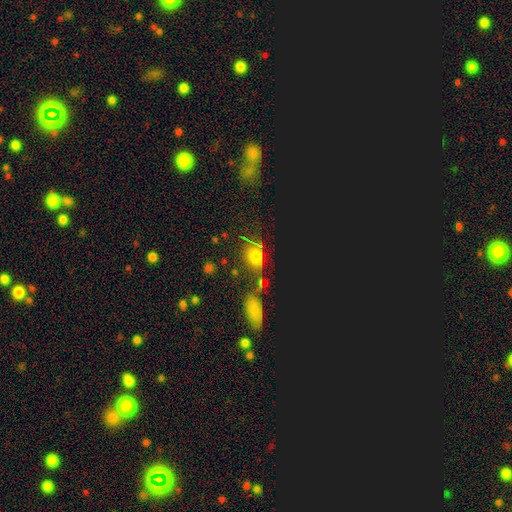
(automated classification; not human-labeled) Q: Smooth or featured?
A: smooth (48%); runner-up: star or artifact (40%)
Q: Merging?
A: none (62%); runner-up: minor disturbance (15%)